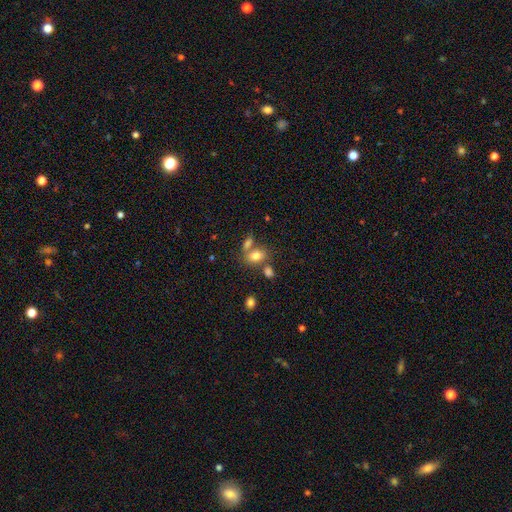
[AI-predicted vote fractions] A smooth galaxy with no disk features (78%) that is in between round and cigar-shaped (76%).

Vote fractions:
- Smooth or featured? smooth: 78% / featured or disk: 12% / star or artifact: 11%
- How rounded? in between: 76% / round: 22% / cigar-shaped: 2%
- Merging? none: 47% / merger: 36% / minor disturbance: 12% / major disturbance: 5%